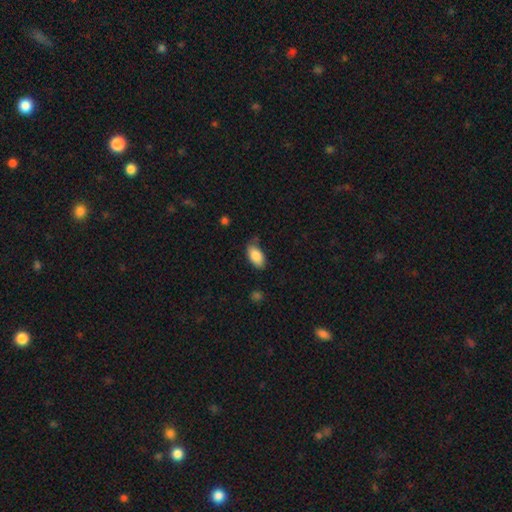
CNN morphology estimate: A smooth galaxy with no disk features (87%) that is in between round and cigar-shaped (94%).

Vote fractions:
- Smooth or featured? smooth: 87% / star or artifact: 7% / featured or disk: 7%
- How rounded? in between: 94% / cigar-shaped: 3% / round: 3%
- Merging? none: 71% / minor disturbance: 22% / major disturbance: 4% / merger: 2%